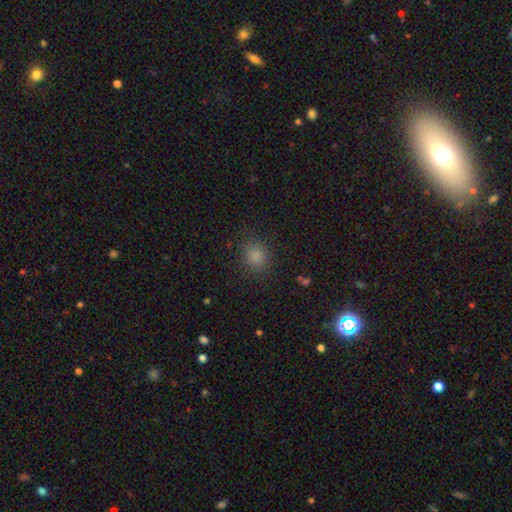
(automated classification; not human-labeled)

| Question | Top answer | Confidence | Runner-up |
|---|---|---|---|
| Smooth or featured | smooth | 82% | star or artifact (13%) |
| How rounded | round | 74% | in between (25%) |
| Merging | none | 83% | minor disturbance (11%) |